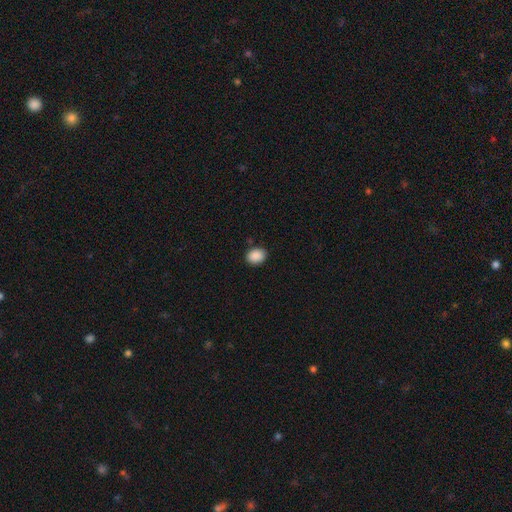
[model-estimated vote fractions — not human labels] Smooth or featured?
  - smooth: 89% *
  - star or artifact: 8%
  - featured or disk: 3%
How rounded?
  - in between: 58% *
  - round: 42%
  - cigar-shaped: 1%
Merging?
  - none: 86% *
  - minor disturbance: 10%
  - major disturbance: 2%
  - merger: 1%